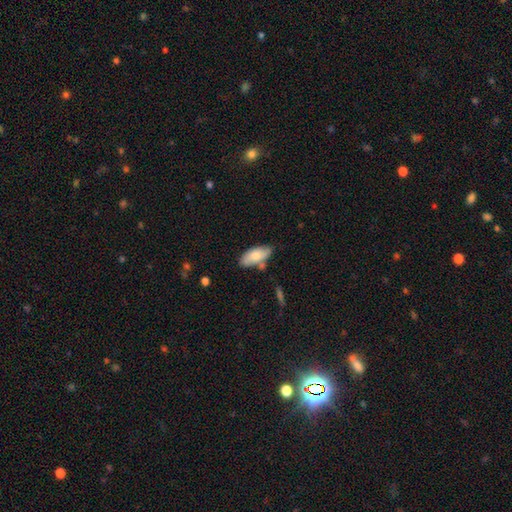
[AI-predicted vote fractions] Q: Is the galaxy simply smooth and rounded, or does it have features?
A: smooth — 74%.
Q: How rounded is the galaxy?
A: in between — 90%.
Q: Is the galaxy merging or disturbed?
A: none — 66%.